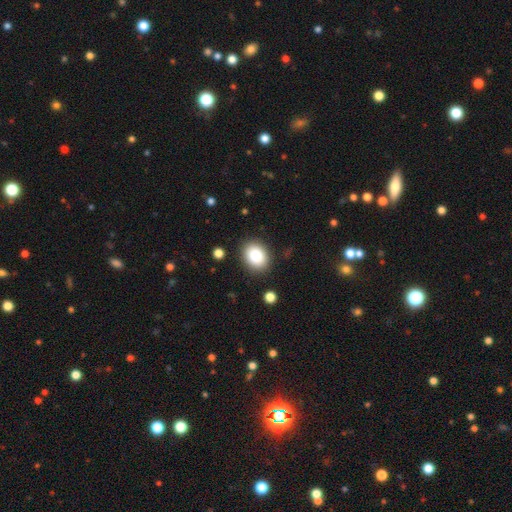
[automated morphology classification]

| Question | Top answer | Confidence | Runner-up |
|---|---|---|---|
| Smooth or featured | smooth | 86% | star or artifact (8%) |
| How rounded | in between | 56% | round (43%) |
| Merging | none | 87% | minor disturbance (9%) |